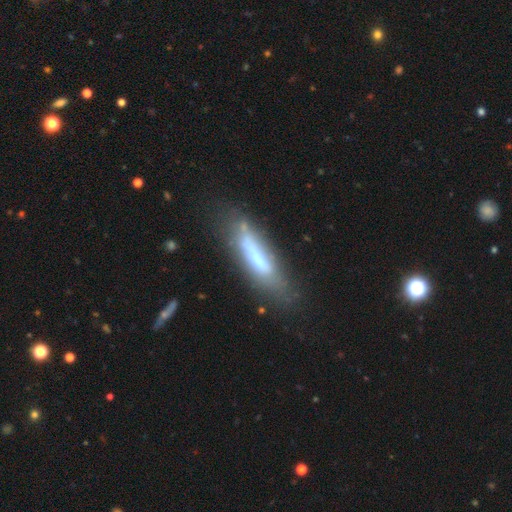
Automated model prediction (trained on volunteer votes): Smooth or featured? smooth (50%)
How rounded? cigar-shaped (70%)
Merging? none (55%)